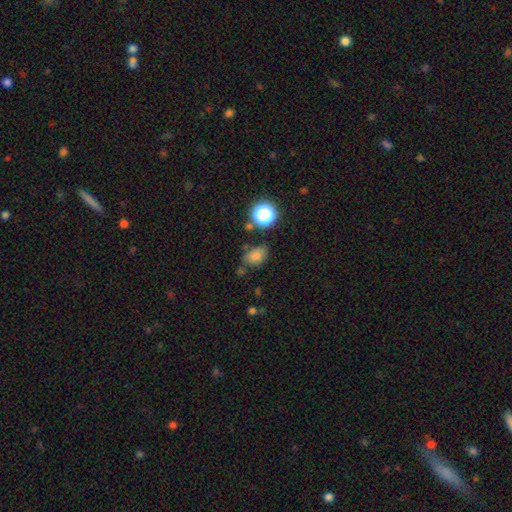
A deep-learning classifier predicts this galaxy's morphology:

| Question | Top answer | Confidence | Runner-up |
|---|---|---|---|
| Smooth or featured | smooth | 75% | star or artifact (16%) |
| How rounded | in between | 73% | round (25%) |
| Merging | none | 60% | minor disturbance (25%) |